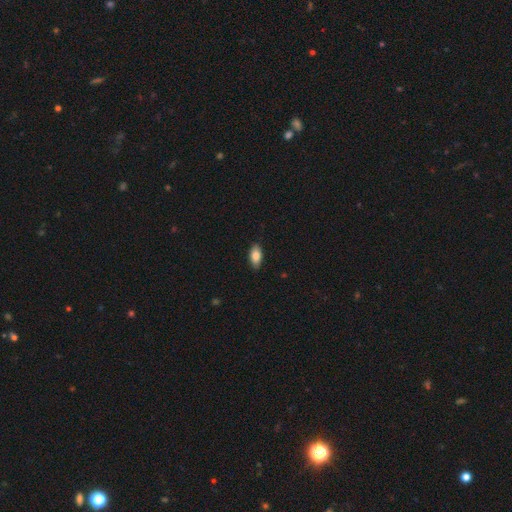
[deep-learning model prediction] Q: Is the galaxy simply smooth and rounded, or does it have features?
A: smooth — 85%.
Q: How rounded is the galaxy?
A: in between — 91%.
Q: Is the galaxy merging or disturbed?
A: none — 86%.